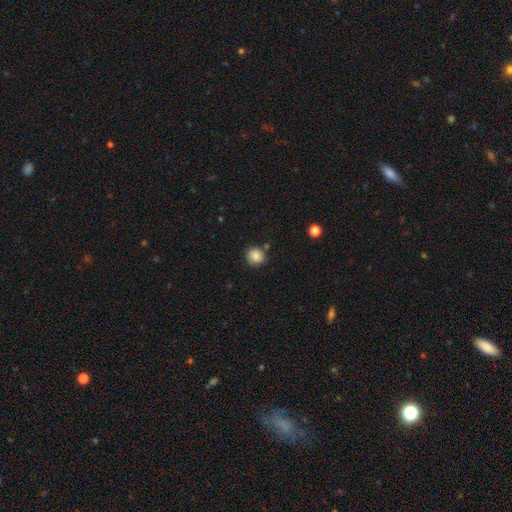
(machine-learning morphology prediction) A smooth galaxy with no disk features (79%) that is round (85%). Merging: none (74%).